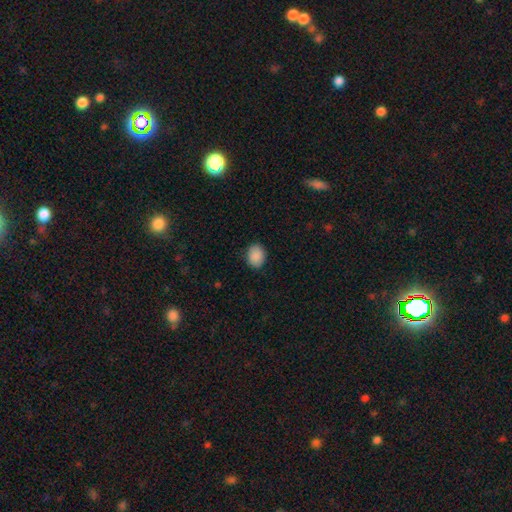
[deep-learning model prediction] smooth_or_featured: smooth (p=0.90) [alt: star or artifact p=0.08]
how_rounded: in between (p=0.53) [alt: round p=0.47]
merging: none (p=0.88) [alt: minor disturbance p=0.09]